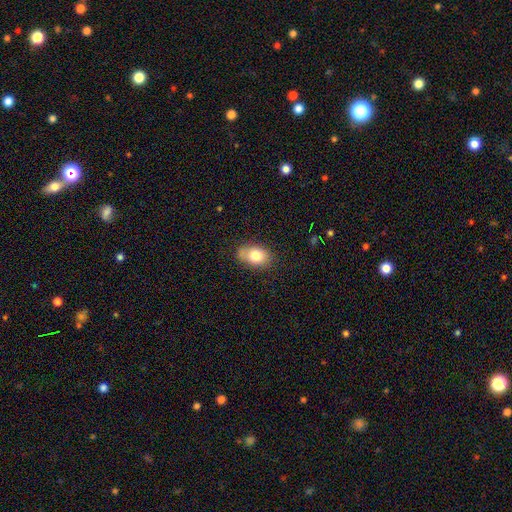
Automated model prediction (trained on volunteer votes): This is likely a smooth galaxy (77%). How rounded: clearly in between (81%). Merging: likely none (72%).